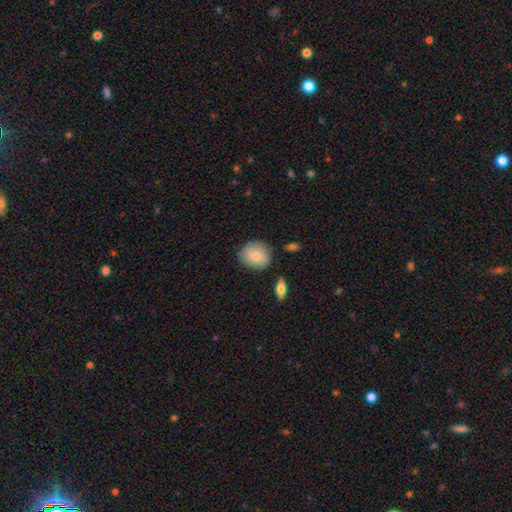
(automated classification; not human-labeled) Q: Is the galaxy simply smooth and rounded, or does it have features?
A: smooth — 80%.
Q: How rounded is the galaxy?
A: round — 72%.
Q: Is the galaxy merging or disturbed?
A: none — 79%.